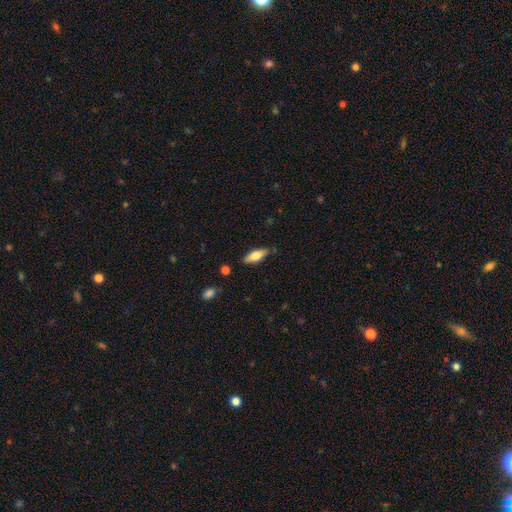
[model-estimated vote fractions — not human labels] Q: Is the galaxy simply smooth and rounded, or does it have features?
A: smooth — 69%.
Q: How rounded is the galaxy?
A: in between — 68%.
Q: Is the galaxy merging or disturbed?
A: none — 81%.